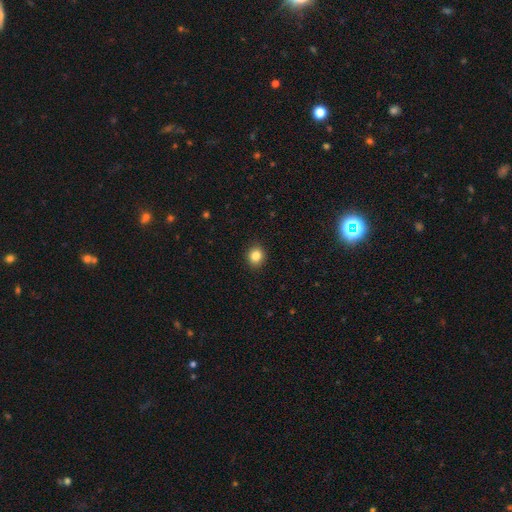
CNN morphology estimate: A smooth galaxy with no disk features (85%) that is round (76%).

Vote fractions:
- Smooth or featured? smooth: 85% / star or artifact: 10% / featured or disk: 5%
- How rounded? round: 76% / in between: 23% / cigar-shaped: 1%
- Merging? none: 91% / minor disturbance: 6% / major disturbance: 2% / merger: 1%